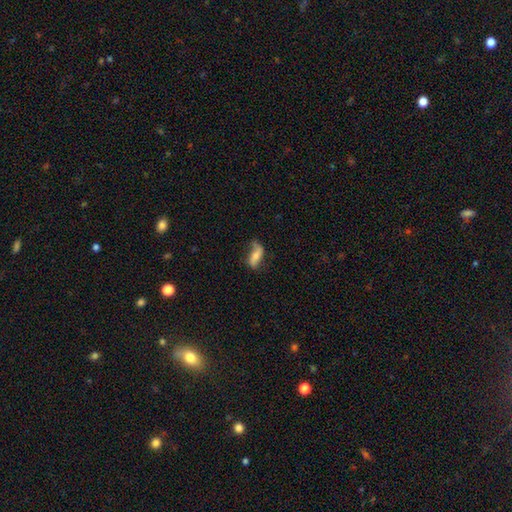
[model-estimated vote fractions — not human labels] The model was most divided on "smooth or featured": smooth: 51%, featured or disk: 41%, star or artifact: 8%. More confident: how rounded — in between (73%); merging — none (57%).